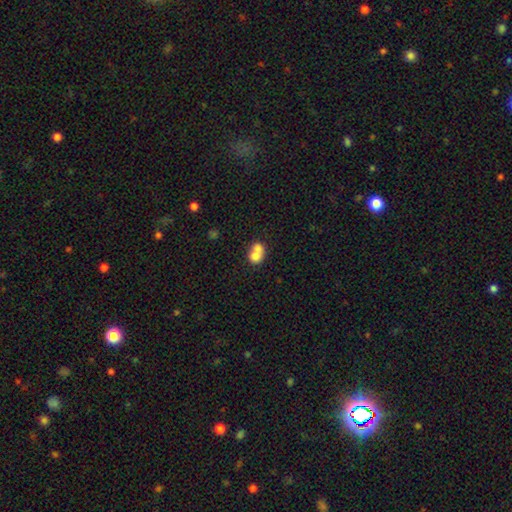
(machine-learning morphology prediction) smooth_or_featured: smooth (p=0.71) [alt: featured or disk p=0.19]
how_rounded: round (p=0.57) [alt: in between p=0.42]
merging: merger (p=0.66) [alt: none p=0.23]